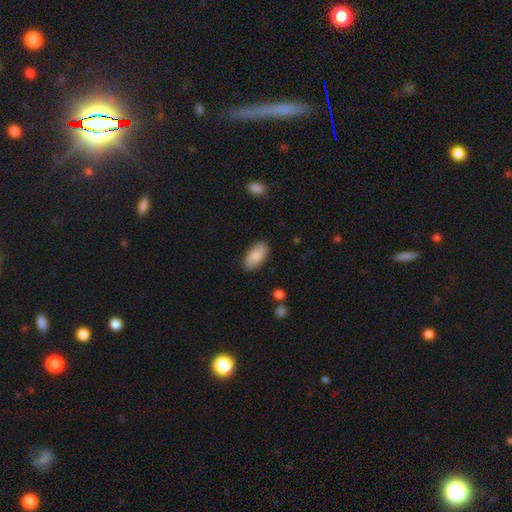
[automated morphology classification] A smooth galaxy with no disk features (85%) that is in between round and cigar-shaped (93%). Merging: none (86%).